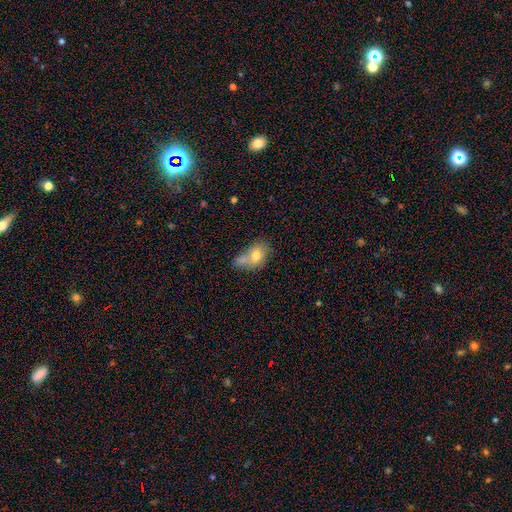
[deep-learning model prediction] Smooth or featured? smooth (69%)
How rounded? in between (65%)
Merging? merger (48%)